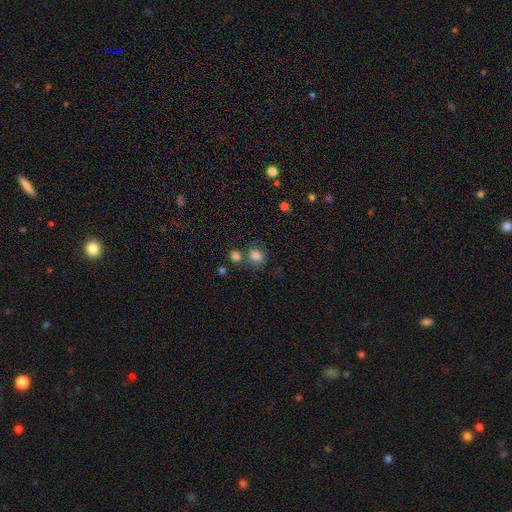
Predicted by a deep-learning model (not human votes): smooth-or-featured: smooth: 80% | star or artifact: 12% | featured or disk: 8%
  how-rounded: round: 53% | in between: 46% | cigar-shaped: 1%
  merging: none: 61% | merger: 18% | minor disturbance: 15% | major disturbance: 6%